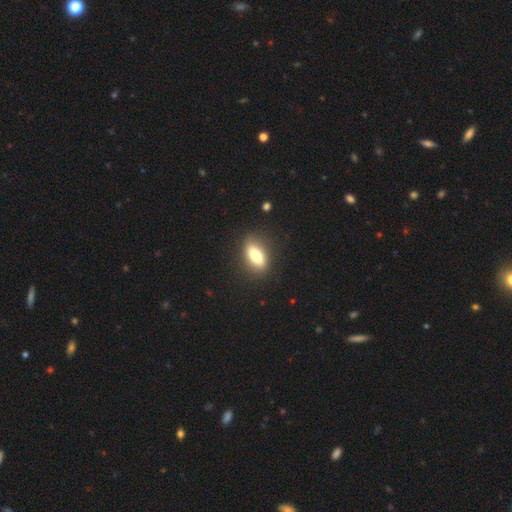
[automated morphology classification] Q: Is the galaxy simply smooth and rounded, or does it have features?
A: smooth — 69%.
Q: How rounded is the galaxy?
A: in between — 78%.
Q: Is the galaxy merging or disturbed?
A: none — 82%.